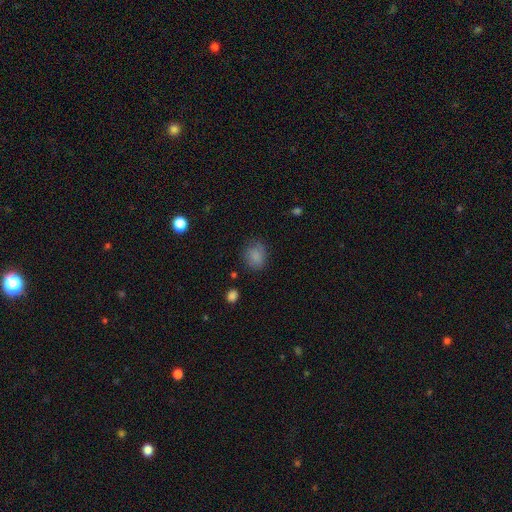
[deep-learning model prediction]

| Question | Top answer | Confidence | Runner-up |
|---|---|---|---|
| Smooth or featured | smooth | 82% | star or artifact (10%) |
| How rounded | round | 60% | in between (39%) |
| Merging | none | 71% | minor disturbance (20%) |